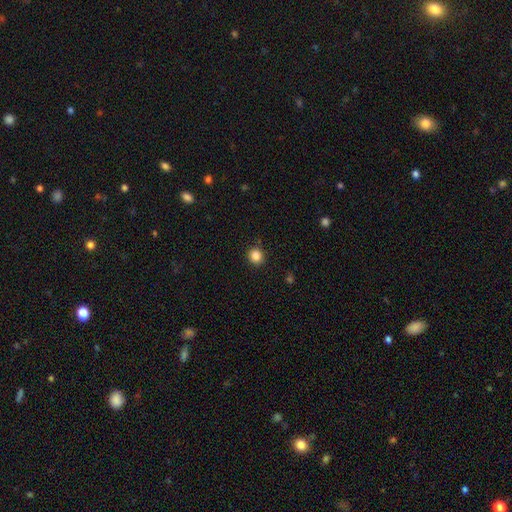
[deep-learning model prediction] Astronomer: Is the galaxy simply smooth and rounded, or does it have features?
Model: smooth — 86%.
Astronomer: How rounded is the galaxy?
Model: round — 88%.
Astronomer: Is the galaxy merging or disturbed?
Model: none — 90%.